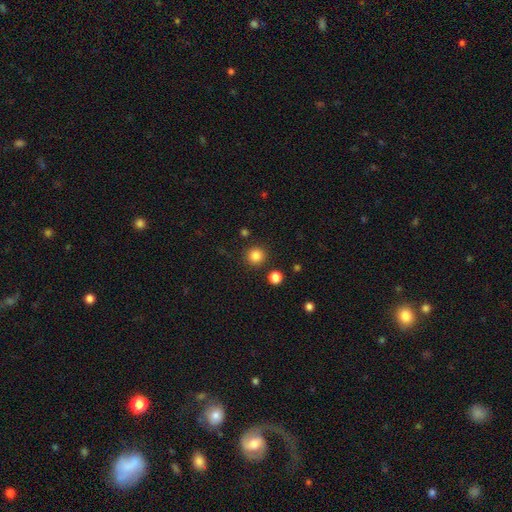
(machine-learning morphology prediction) The model was most divided on "smooth or featured": smooth: 84%, star or artifact: 12%, featured or disk: 4%. More confident: how rounded — round (94%); merging — none (89%).